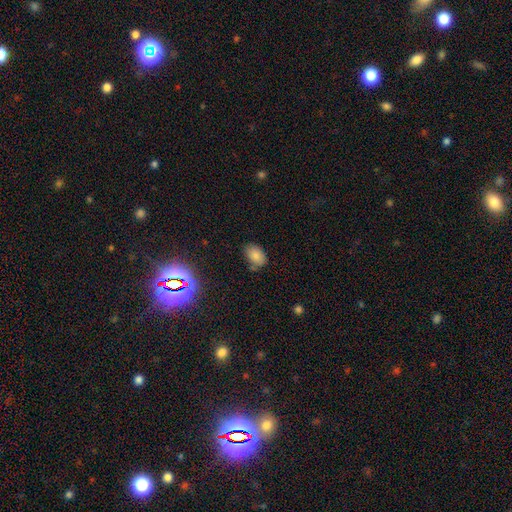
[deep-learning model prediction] This is likely a smooth galaxy (79%). How rounded: clearly in between (85%). Merging: likely none (68%).